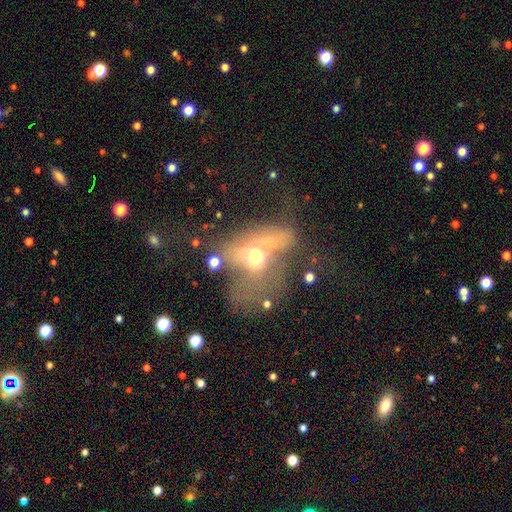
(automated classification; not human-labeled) A smooth galaxy with no disk features (41%, tied with featured or disk). Merging: major disturbance (46%).